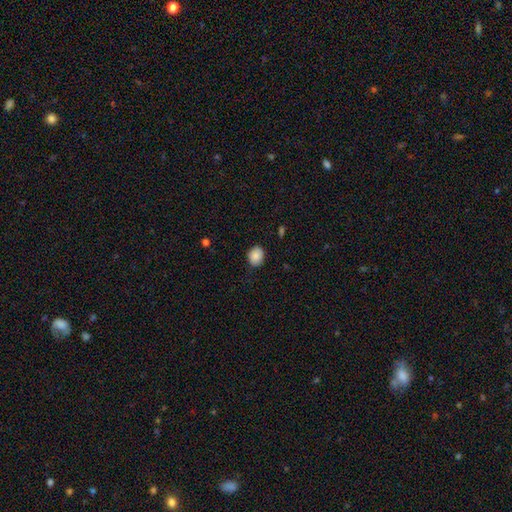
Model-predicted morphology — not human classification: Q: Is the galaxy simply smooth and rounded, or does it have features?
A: smooth — 88%.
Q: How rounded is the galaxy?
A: round — 57%.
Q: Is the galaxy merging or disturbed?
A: none — 83%.